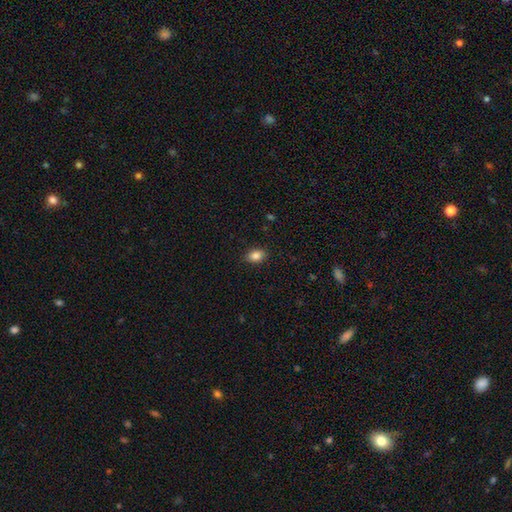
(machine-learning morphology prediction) This is clearly a smooth galaxy (86%). How rounded: likely in between (75%). Merging: clearly none (88%).